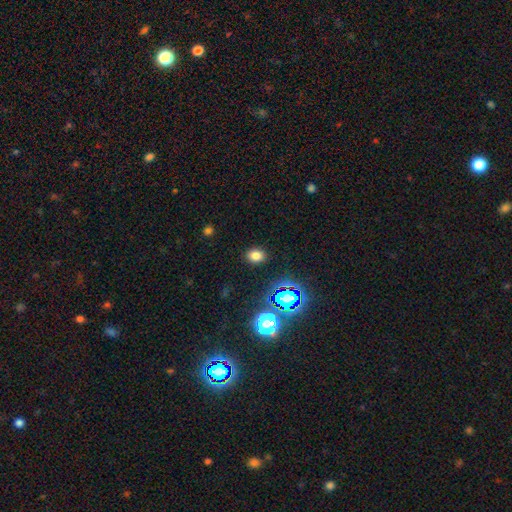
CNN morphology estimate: smooth_or_featured: smooth (p=0.75) [alt: star or artifact p=0.19]
how_rounded: in between (p=0.62) [alt: round p=0.37]
merging: none (p=0.88) [alt: minor disturbance p=0.08]